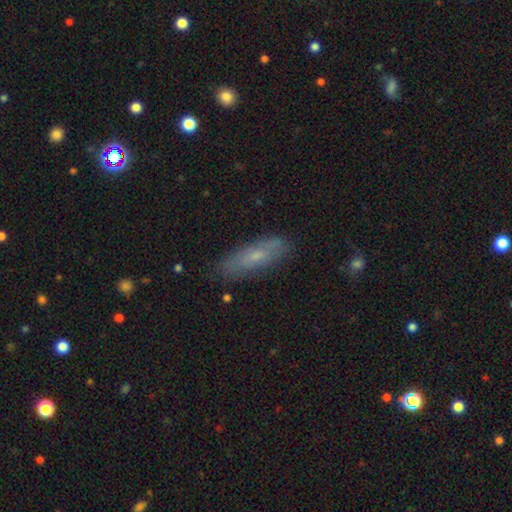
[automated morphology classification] Smooth or featured: smooth — 58% (featured or disk — 34%)
How rounded: cigar-shaped — 54% (in between — 44%)
Merging: none — 82% (minor disturbance — 13%)